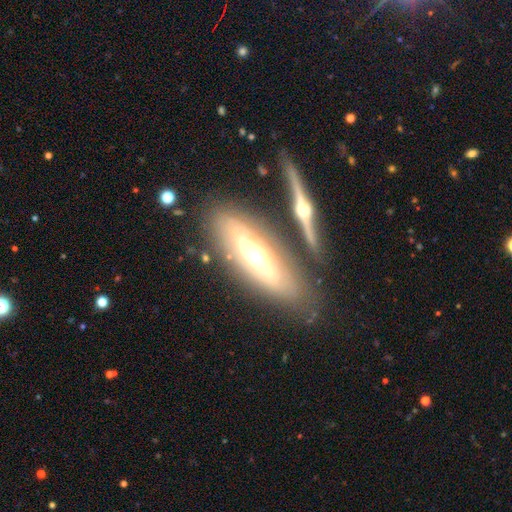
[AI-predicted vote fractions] Smooth or featured?
  - featured or disk: 62% *
  - smooth: 31%
  - star or artifact: 8%
Edge-on disk?
  - yes: 58% *
  - no: 42%
Merging?
  - none: 65% *
  - minor disturbance: 16%
  - merger: 13%
  - major disturbance: 6%